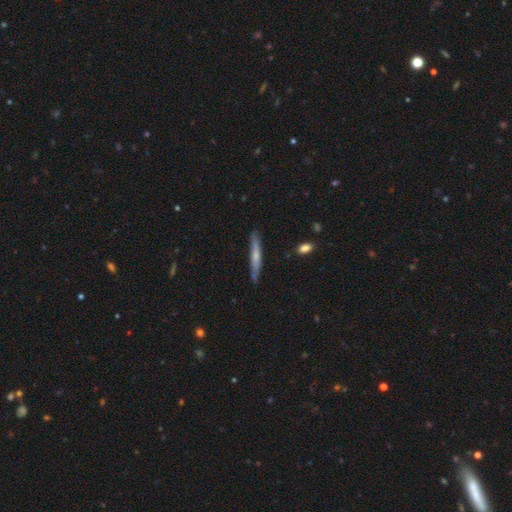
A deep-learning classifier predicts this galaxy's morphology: The model was most divided on "smooth or featured": smooth: 51%, featured or disk: 44%, star or artifact: 6%. More confident: how rounded — cigar-shaped (94%); merging — none (79%).